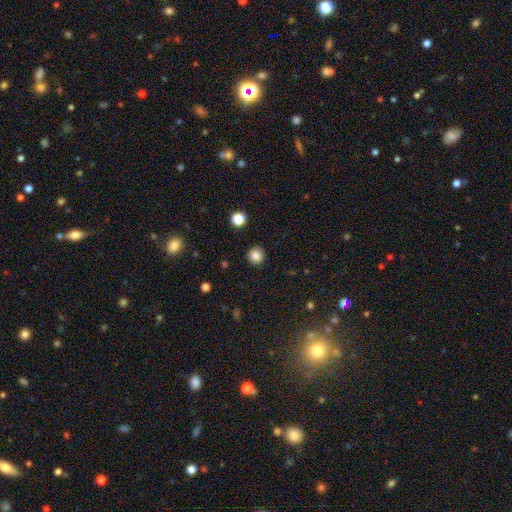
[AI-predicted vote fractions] smooth 85%, star or artifact 11%, featured or disk 3%. Down the decision tree: how rounded — round (94%); merging — none (92%).